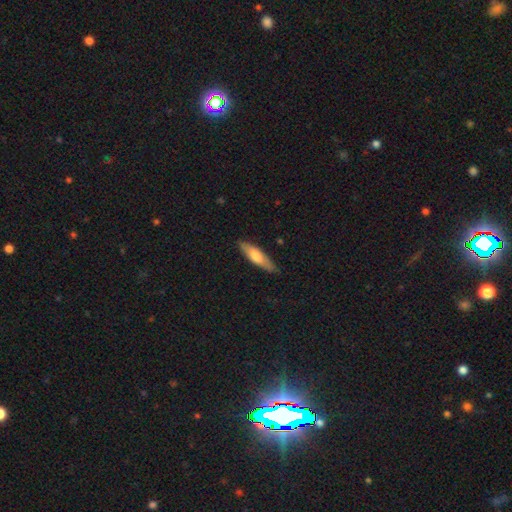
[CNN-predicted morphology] Smooth or featured: smooth — 64% (featured or disk — 30%)
How rounded: cigar-shaped — 68% (in between — 31%)
Merging: none — 82% (minor disturbance — 15%)